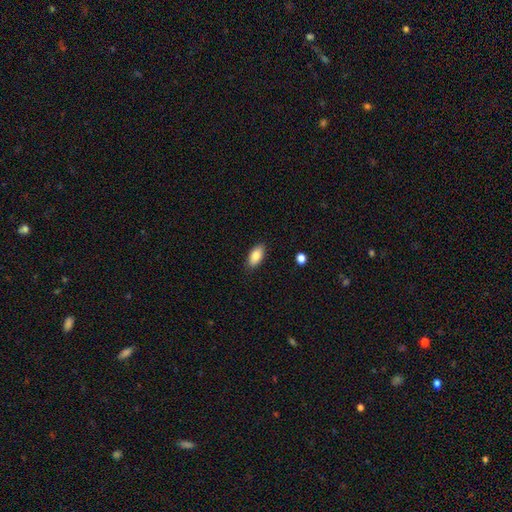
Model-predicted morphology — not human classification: Smooth or featured?
  - smooth: 86% *
  - featured or disk: 7%
  - star or artifact: 7%
How rounded?
  - in between: 91% *
  - cigar-shaped: 6%
  - round: 3%
Merging?
  - none: 87% *
  - minor disturbance: 9%
  - major disturbance: 2%
  - merger: 1%